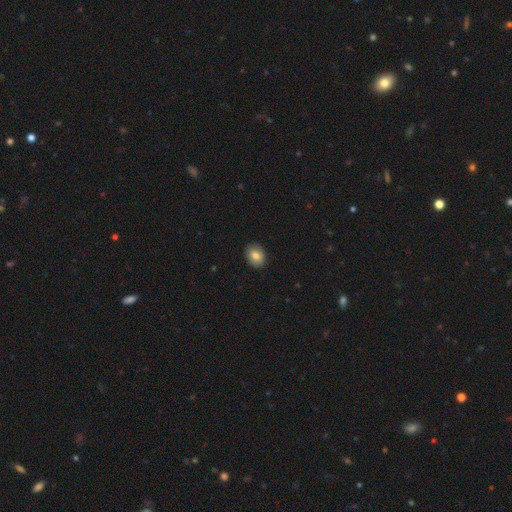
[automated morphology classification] smooth_or_featured: smooth (p=0.81) [alt: featured or disk p=0.11]
how_rounded: in between (p=0.54) [alt: round p=0.45]
merging: none (p=0.88) [alt: minor disturbance p=0.09]